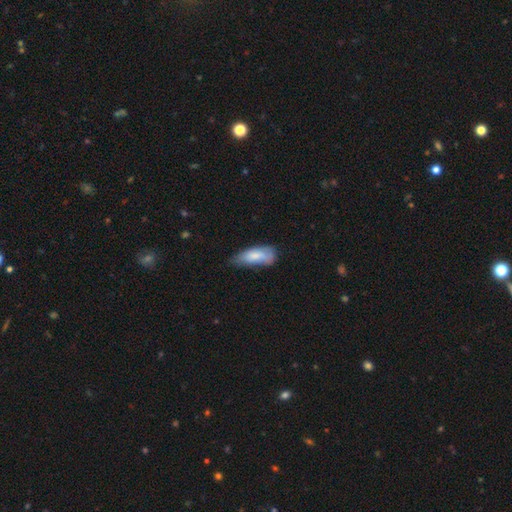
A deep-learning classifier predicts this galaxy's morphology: smooth-or-featured: smooth: 77% | featured or disk: 16% | star or artifact: 7%
  how-rounded: in between: 76% | cigar-shaped: 22% | round: 2%
  merging: minor disturbance: 42% | none: 41% | major disturbance: 14% | merger: 3%